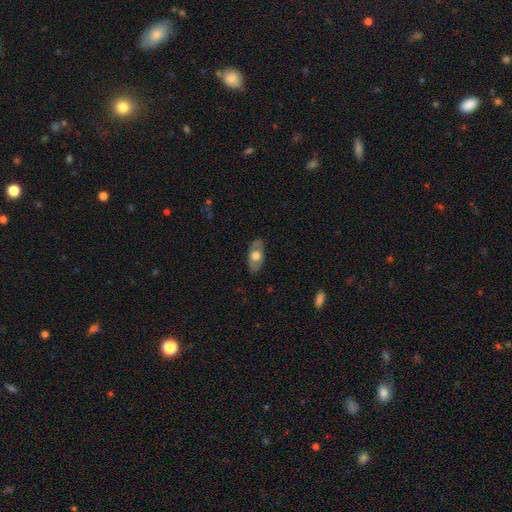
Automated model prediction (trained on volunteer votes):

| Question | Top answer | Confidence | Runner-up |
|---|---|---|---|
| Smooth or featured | smooth | 53% | featured or disk (41%) |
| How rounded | in between | 89% | round (6%) |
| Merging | none | 83% | minor disturbance (13%) |